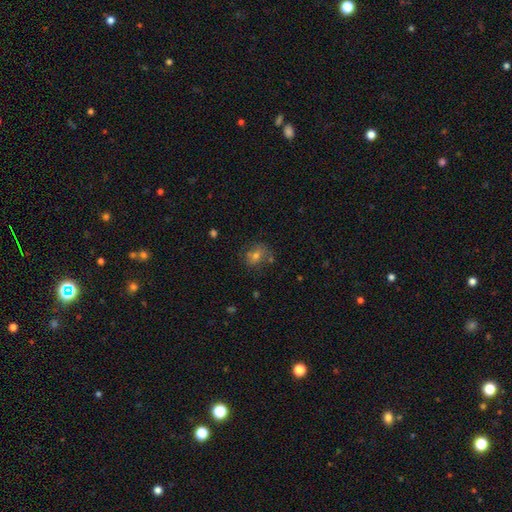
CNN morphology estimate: Smooth or featured: smooth — 57% (featured or disk — 24%)
How rounded: round — 57% (in between — 42%)
Merging: none — 67% (minor disturbance — 18%)